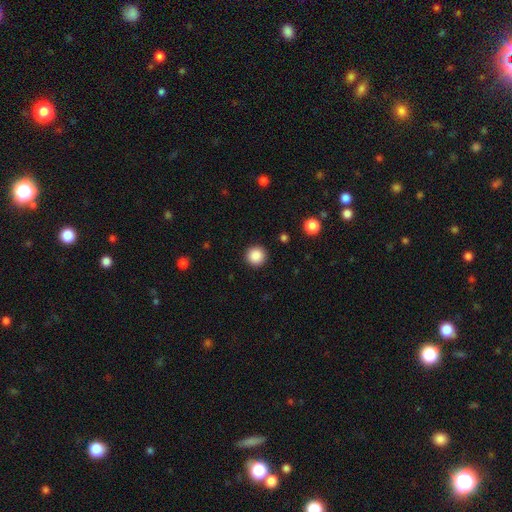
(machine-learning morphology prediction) Smooth or featured: smooth — 88% (star or artifact — 10%)
How rounded: round — 96% (in between — 3%)
Merging: none — 92% (minor disturbance — 5%)